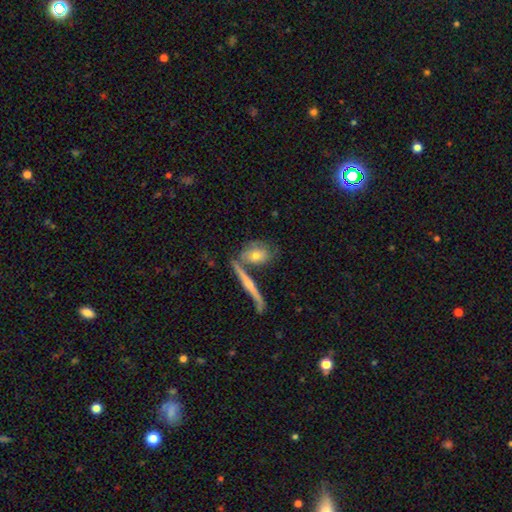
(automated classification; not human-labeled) A smooth galaxy with no disk features (51%) that is in between round and cigar-shaped (52%).

Vote fractions:
- Smooth or featured? smooth: 51% / featured or disk: 41% / star or artifact: 7%
- How rounded? in between: 52% / round: 27% / cigar-shaped: 21%
- Merging? none: 52% / merger: 26% / minor disturbance: 15% / major disturbance: 6%